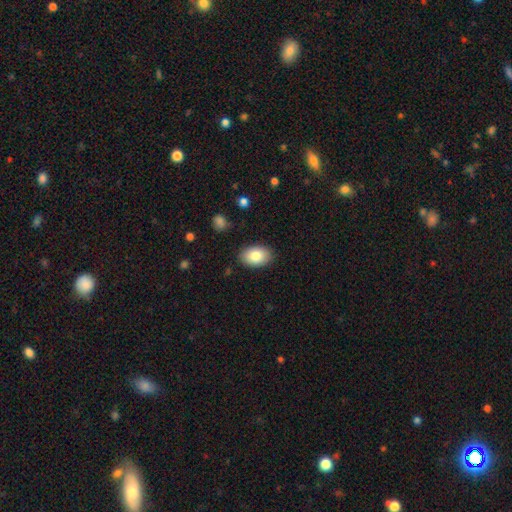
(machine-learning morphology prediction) smooth 83%, featured or disk 10%, star or artifact 7%. Down the decision tree: how rounded — in between (88%); merging — none (86%).